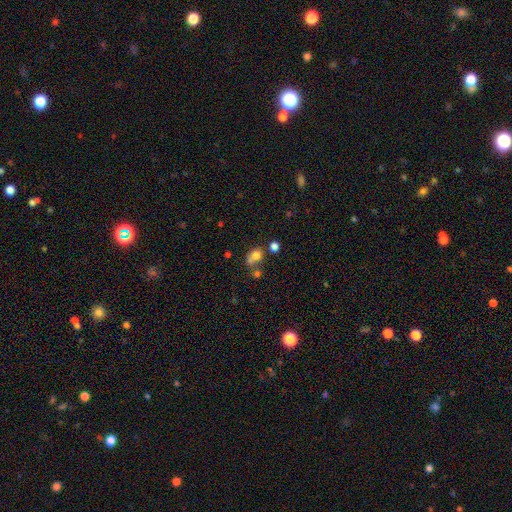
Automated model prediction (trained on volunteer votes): Q: Smooth or featured?
A: smooth (73%); runner-up: star or artifact (15%)
Q: How rounded?
A: round (70%); runner-up: in between (29%)
Q: Merging?
A: none (42%); runner-up: merger (41%)